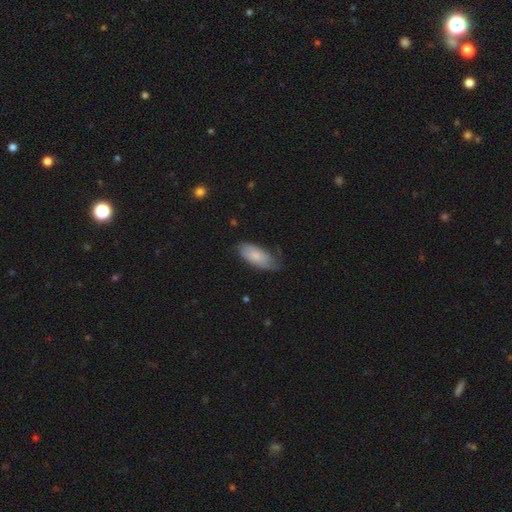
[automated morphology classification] Q: Smooth or featured?
A: smooth (76%); runner-up: featured or disk (18%)
Q: How rounded?
A: in between (89%); runner-up: cigar-shaped (9%)
Q: Merging?
A: none (56%); runner-up: minor disturbance (34%)